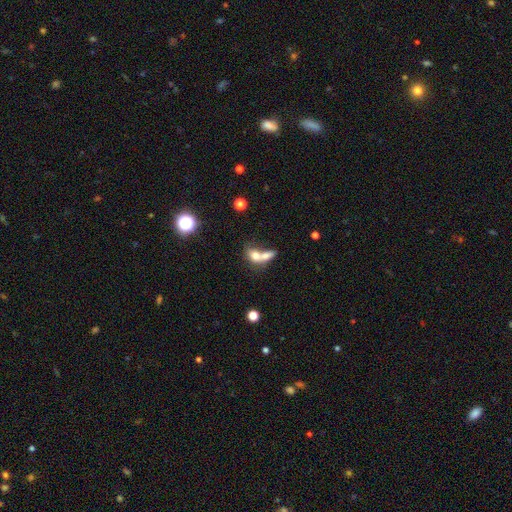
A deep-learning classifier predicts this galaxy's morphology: The model was most divided on "how rounded": in between: 64%, round: 26%, cigar-shaped: 10%. More confident: merging — merger (70%); smooth or featured — smooth (68%).